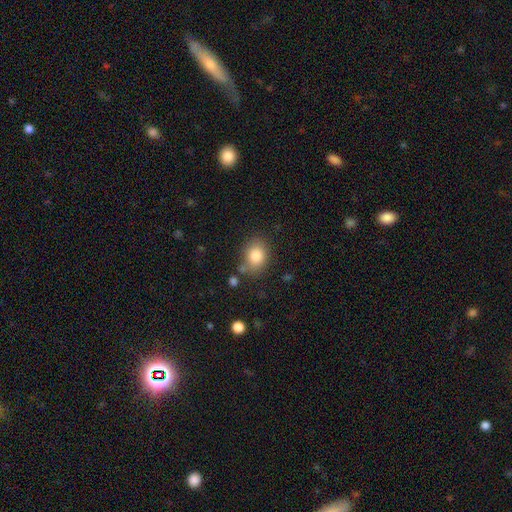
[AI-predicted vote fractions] Smooth or featured? smooth (84%)
How rounded? in between (55%)
Merging? none (74%)